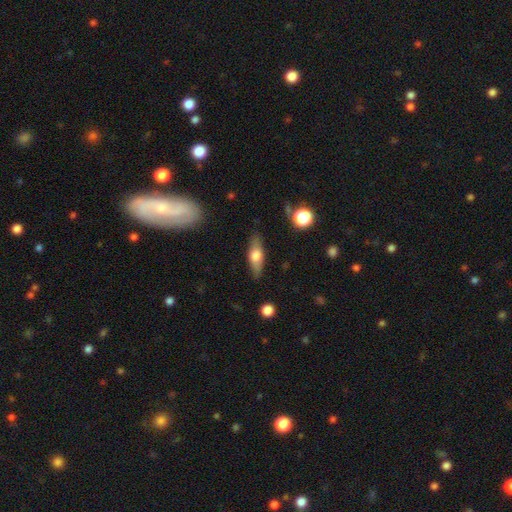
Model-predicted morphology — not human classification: The model was most divided on "how rounded": in between: 53%, cigar-shaped: 43%, round: 4%. More confident: merging — none (84%); smooth or featured — smooth (56%).